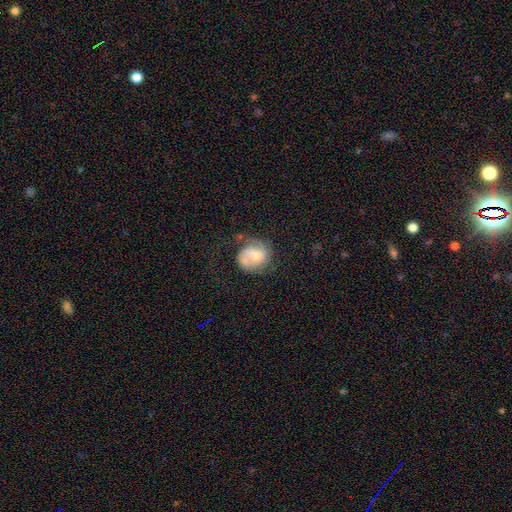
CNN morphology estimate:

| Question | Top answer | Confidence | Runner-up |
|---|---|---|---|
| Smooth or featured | featured or disk | 56% | smooth (36%) |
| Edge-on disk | no | 97% | yes (3%) |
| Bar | no | 54% | weak (36%) |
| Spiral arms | yes | 81% | no (19%) |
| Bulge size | moderate | 61% | small (31%) |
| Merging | none | 53% | minor disturbance (24%) |